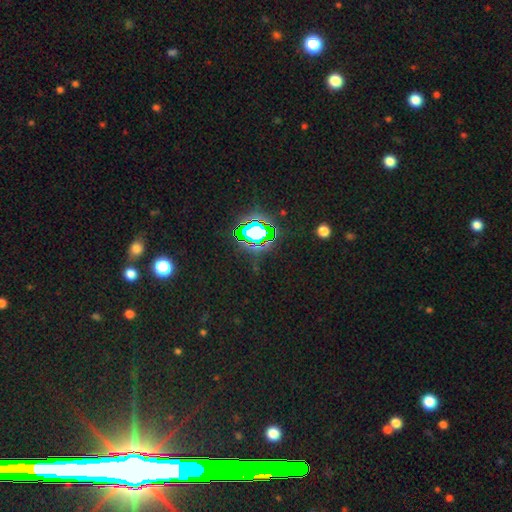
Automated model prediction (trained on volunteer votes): Smooth or featured? Predicted: star or artifact (p=0.78).